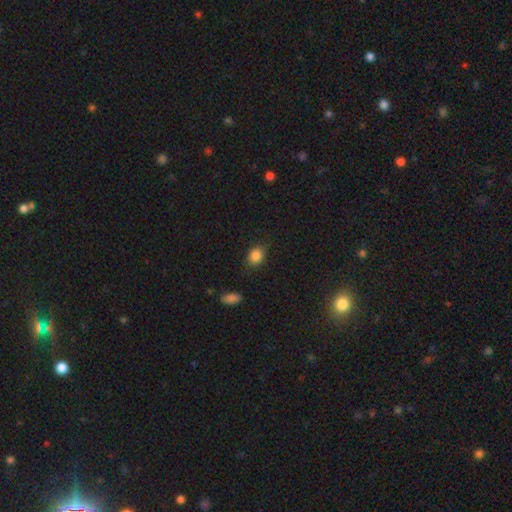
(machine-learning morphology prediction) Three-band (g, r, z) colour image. It shows a smooth galaxy with no disk features (85%) that is round (51%). Merging: none (82%).